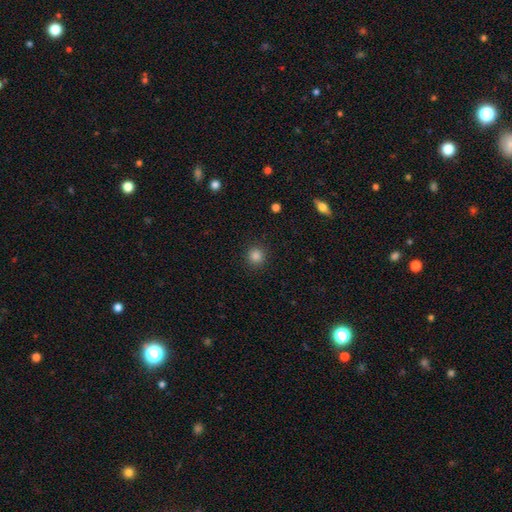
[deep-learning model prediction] Morphology: type=smooth (85%); roundness=round (94%); merging=none (91%).